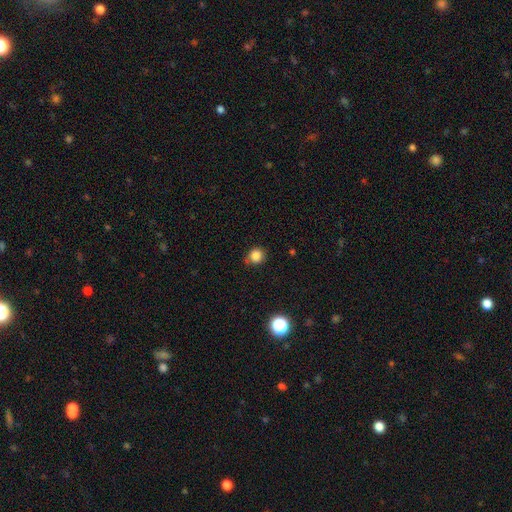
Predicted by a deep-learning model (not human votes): smooth 84%, star or artifact 13%, featured or disk 4%. Down the decision tree: how rounded — round (89%); merging — none (77%).